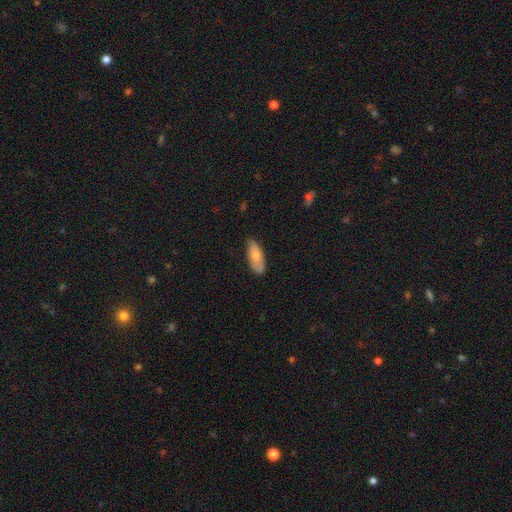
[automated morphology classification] This is likely a smooth galaxy (77%). How rounded: likely in between (76%). Merging: likely none (77%).